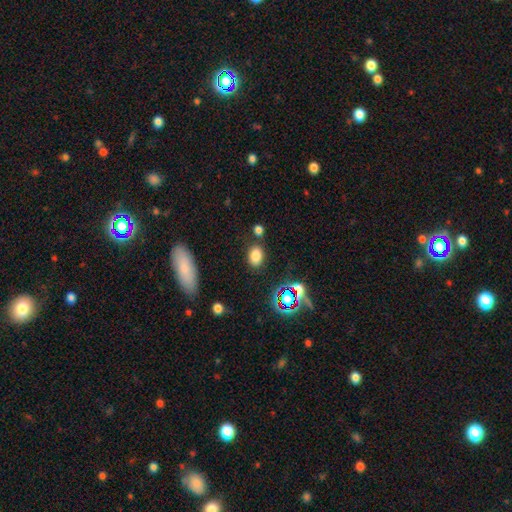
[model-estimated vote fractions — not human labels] smooth 79%, star or artifact 14%, featured or disk 7%. Down the decision tree: how rounded — in between (76%); merging — none (78%).